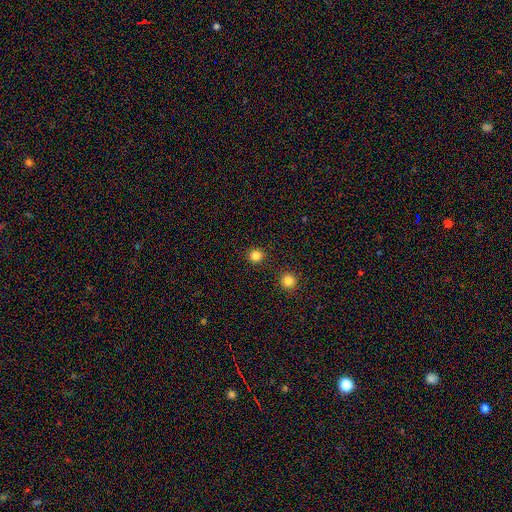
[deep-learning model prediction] smooth 83%, star or artifact 13%, featured or disk 3%. Down the decision tree: how rounded — round (93%); merging — none (91%).